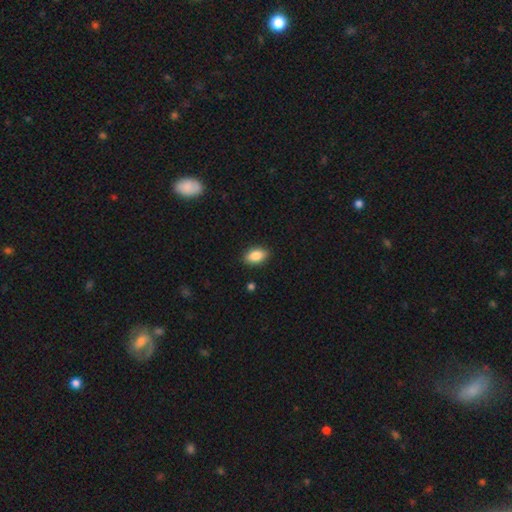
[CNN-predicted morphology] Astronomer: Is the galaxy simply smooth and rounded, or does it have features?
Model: smooth — 87%.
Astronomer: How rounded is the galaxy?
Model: in between — 91%.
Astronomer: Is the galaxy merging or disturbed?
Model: none — 89%.